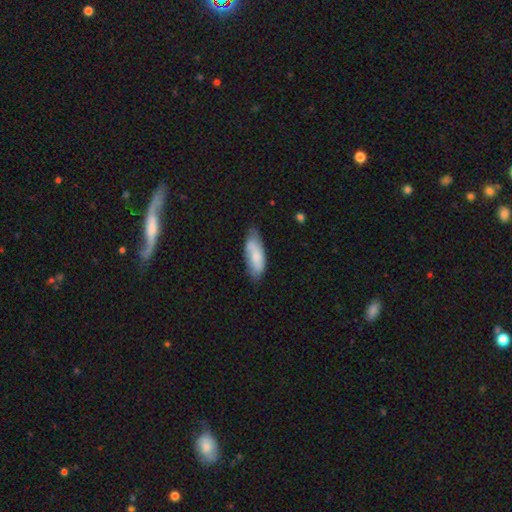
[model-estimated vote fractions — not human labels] This appears to be a smooth galaxy with no disk features (70%) that is in between round and cigar-shaped (73%). Merging: none (59%).